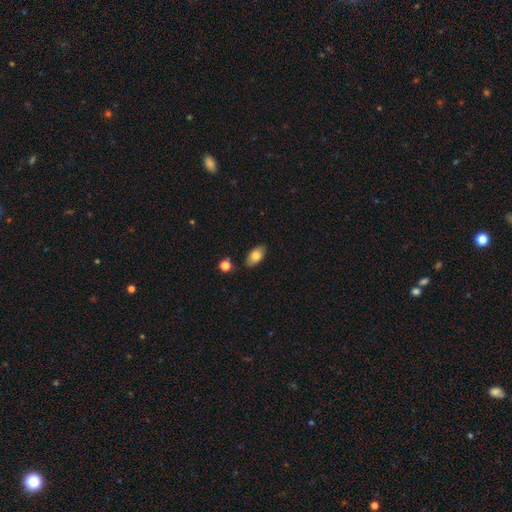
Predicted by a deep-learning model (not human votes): A smooth galaxy with no disk features (79%) that is in between round and cigar-shaped (92%).

Vote fractions:
- Smooth or featured? smooth: 79% / featured or disk: 13% / star or artifact: 7%
- How rounded? in between: 92% / round: 5% / cigar-shaped: 3%
- Merging? none: 83% / minor disturbance: 11% / merger: 3% / major disturbance: 2%